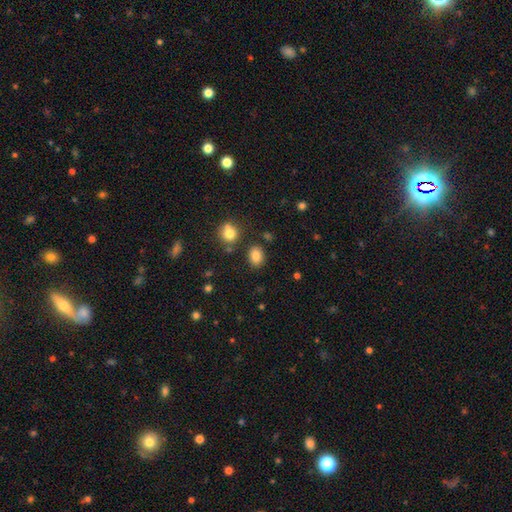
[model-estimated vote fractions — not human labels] Smooth or featured: smooth — 84% (star or artifact — 10%)
How rounded: in between — 69% (round — 30%)
Merging: none — 82% (minor disturbance — 10%)